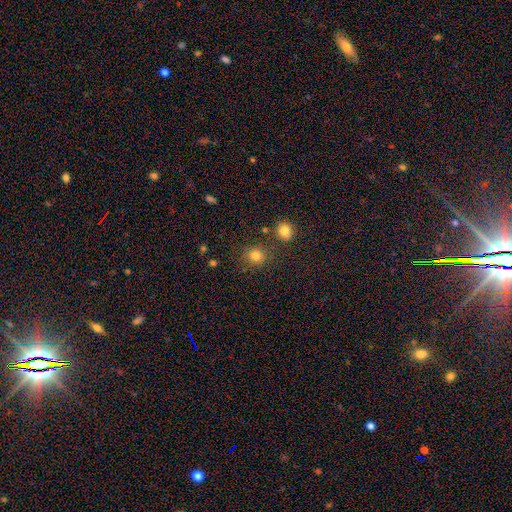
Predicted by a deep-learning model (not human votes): Smooth or featured? smooth (80%)
How rounded? round (80%)
Merging? none (79%)